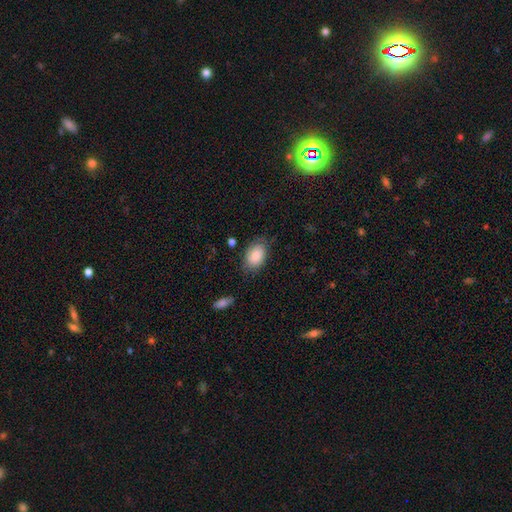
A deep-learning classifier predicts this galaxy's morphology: Smooth or featured?
  - smooth: 81% *
  - featured or disk: 12%
  - star or artifact: 7%
How rounded?
  - in between: 88% *
  - round: 10%
  - cigar-shaped: 1%
Merging?
  - none: 71% *
  - minor disturbance: 22%
  - major disturbance: 6%
  - merger: 2%